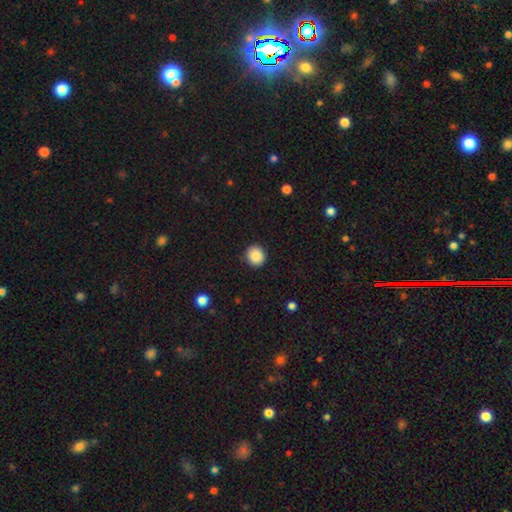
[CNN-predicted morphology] This is clearly a smooth galaxy (88%). How rounded: clearly round (89%). Merging: clearly none (90%).